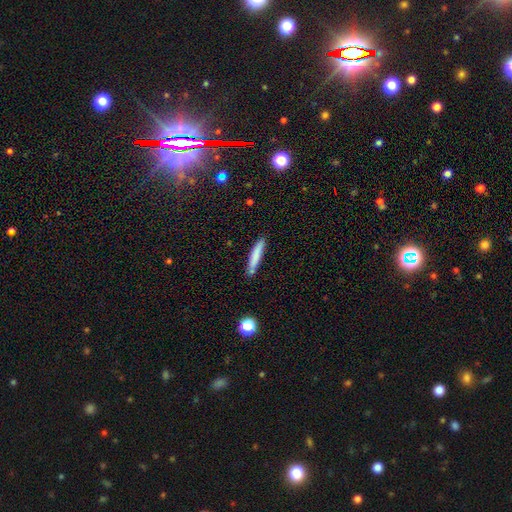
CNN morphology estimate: smooth_or_featured: smooth (p=0.79) [alt: featured or disk p=0.14]
how_rounded: cigar-shaped (p=0.91) [alt: in between p=0.08]
merging: none (p=0.78) [alt: minor disturbance p=0.14]